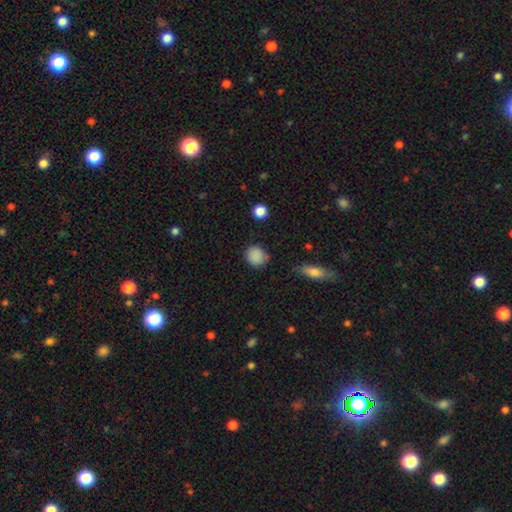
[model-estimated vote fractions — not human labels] Overall: smooth (87%). How rounded: round (83%). Merging: none (77%).